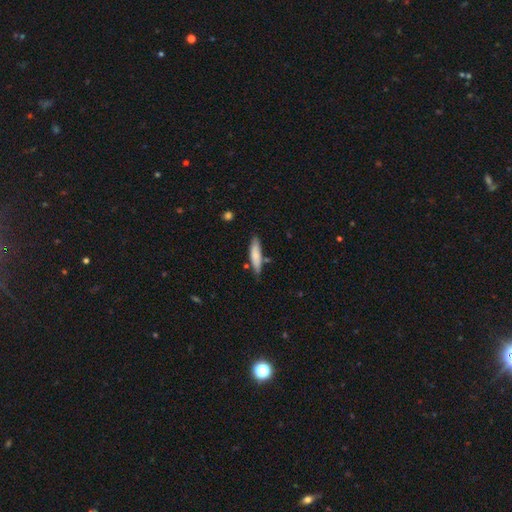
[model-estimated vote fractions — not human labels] The model was most divided on "how rounded": cigar-shaped: 73%, in between: 25%, round: 1%. More confident: smooth or featured — smooth (77%); merging — none (75%).